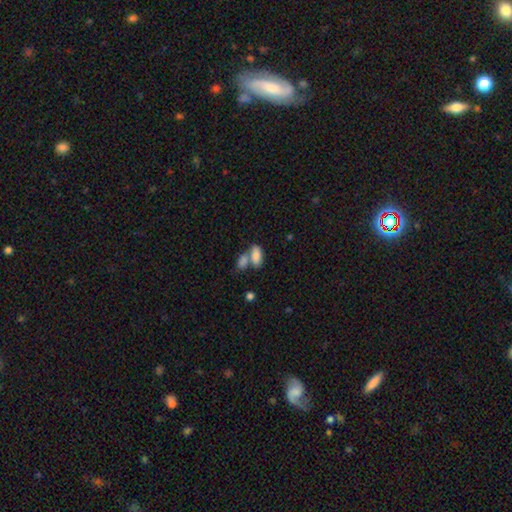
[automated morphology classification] Smooth or featured?
  - smooth: 84% *
  - featured or disk: 9%
  - star or artifact: 7%
How rounded?
  - in between: 89% *
  - cigar-shaped: 7%
  - round: 4%
Merging?
  - merger: 49% *
  - none: 37%
  - minor disturbance: 10%
  - major disturbance: 4%